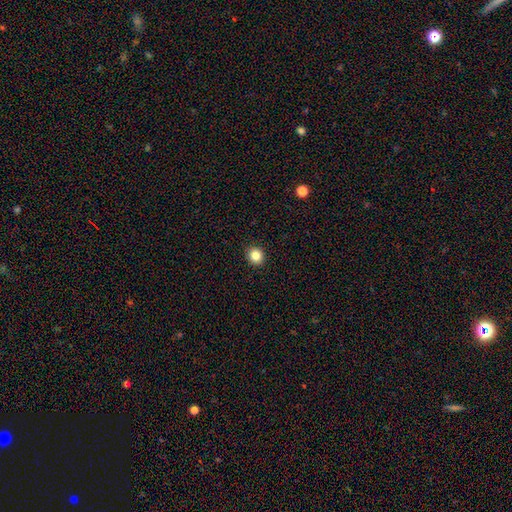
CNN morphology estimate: Smooth or featured?
  - smooth: 84% *
  - star or artifact: 11%
  - featured or disk: 5%
How rounded?
  - round: 85% *
  - in between: 15%
  - cigar-shaped: 1%
Merging?
  - none: 92% *
  - minor disturbance: 5%
  - major disturbance: 1%
  - merger: 1%